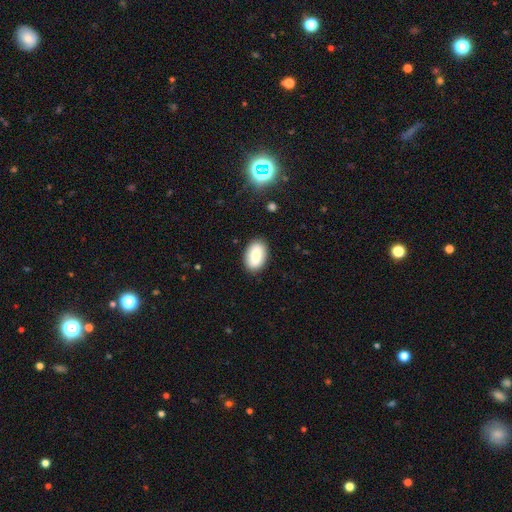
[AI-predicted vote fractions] Morphology: type=smooth (76%); roundness=in between (91%); merging=none (88%).